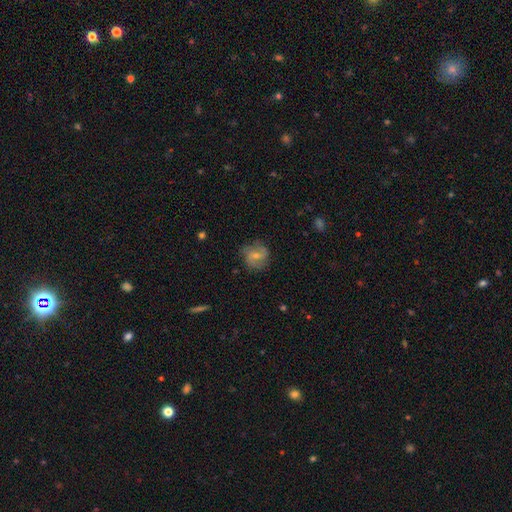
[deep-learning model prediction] Overall: smooth (47%; featured or disk 45%). Merging: none (71%).